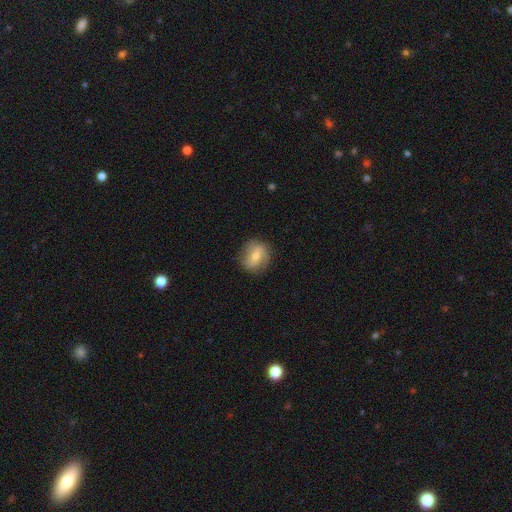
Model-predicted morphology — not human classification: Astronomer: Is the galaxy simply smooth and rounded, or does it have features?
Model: featured or disk — 47% (runner-up: smooth, 44%).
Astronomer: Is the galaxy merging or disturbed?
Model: none — 82%.